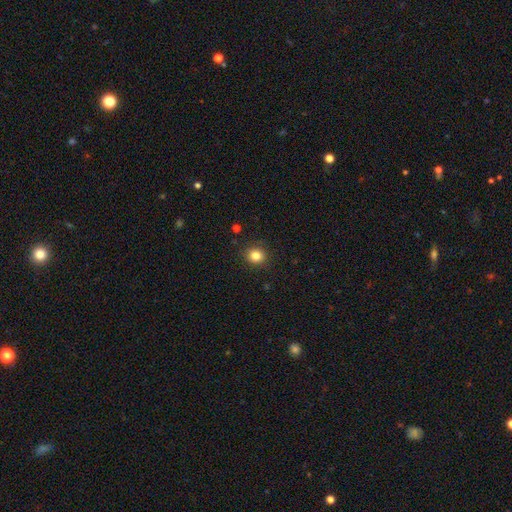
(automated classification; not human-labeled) A smooth galaxy with no disk features (83%) that is round (86%).

Vote fractions:
- Smooth or featured? smooth: 83% / star or artifact: 12% / featured or disk: 5%
- How rounded? round: 86% / in between: 13% / cigar-shaped: 1%
- Merging? none: 90% / minor disturbance: 7% / major disturbance: 2% / merger: 1%